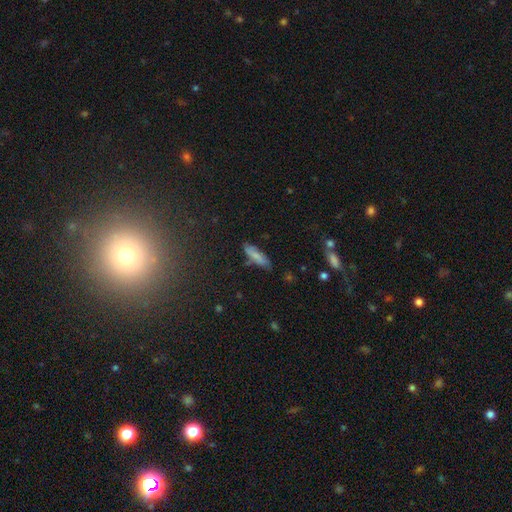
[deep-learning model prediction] Morphology: type=smooth (75%); roundness=cigar-shaped (55%); merging=none (74%).